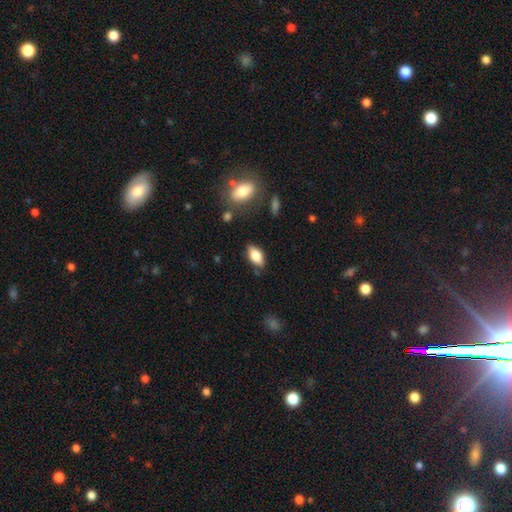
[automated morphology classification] Smooth or featured? smooth (77%)
How rounded? in between (88%)
Merging? none (79%)